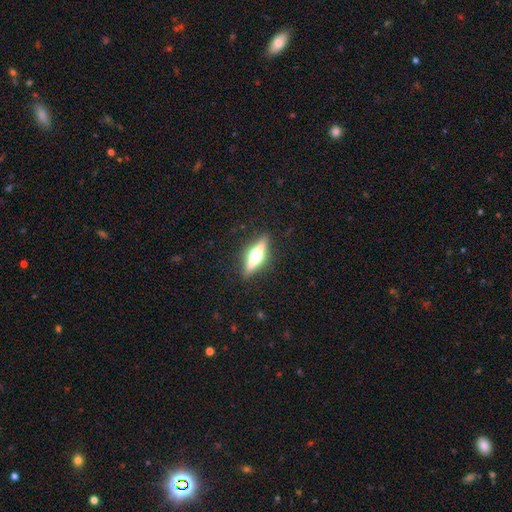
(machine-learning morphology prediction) A featured or disk galaxy (65%) viewed edge-on (96%) with a rounded central bulge (93%). Merging: none (88%).